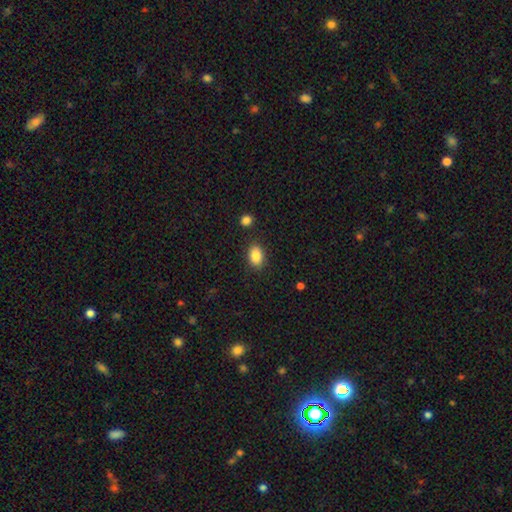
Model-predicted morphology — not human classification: smooth_or_featured: smooth (p=0.87) [alt: star or artifact p=0.08]
how_rounded: in between (p=0.82) [alt: round p=0.17]
merging: none (p=0.86) [alt: minor disturbance p=0.09]